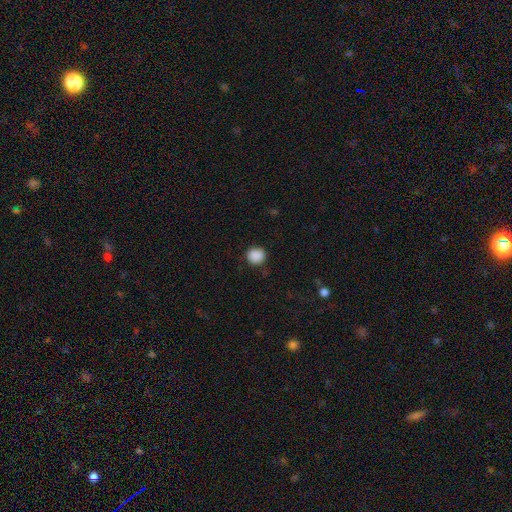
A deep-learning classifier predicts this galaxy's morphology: This appears to be a smooth galaxy with no disk features (89%) that is round (90%). Merging: none (89%).